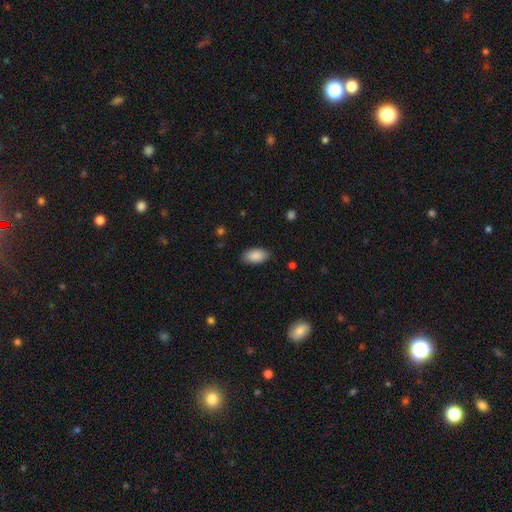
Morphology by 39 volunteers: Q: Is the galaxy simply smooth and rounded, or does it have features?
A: smooth — 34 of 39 (87%).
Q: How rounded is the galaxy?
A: in between — 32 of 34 (94%).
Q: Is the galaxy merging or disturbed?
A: none — 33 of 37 (89%).